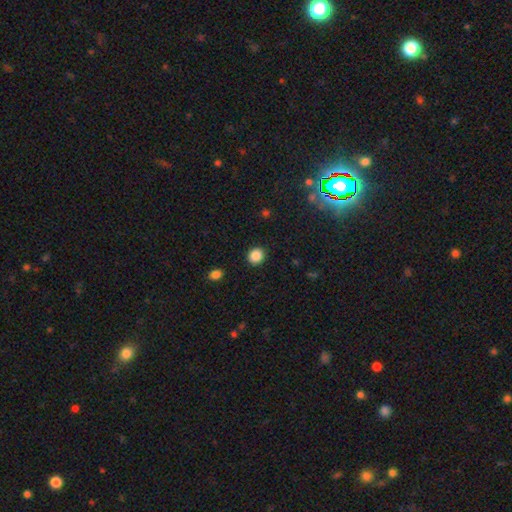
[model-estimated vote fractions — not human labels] smooth-or-featured: smooth: 87% | star or artifact: 10% | featured or disk: 3%
  how-rounded: round: 84% | in between: 15% | cigar-shaped: 1%
  merging: none: 91% | minor disturbance: 6% | major disturbance: 2% | merger: 1%